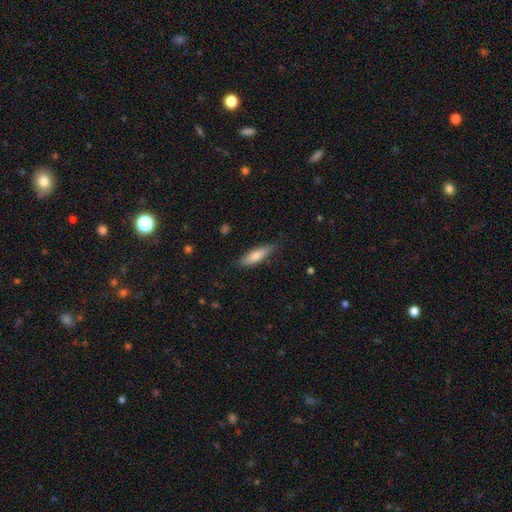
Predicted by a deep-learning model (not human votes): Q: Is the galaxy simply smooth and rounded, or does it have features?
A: smooth — 69%.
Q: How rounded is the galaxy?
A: cigar-shaped — 66%.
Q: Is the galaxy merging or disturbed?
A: none — 81%.